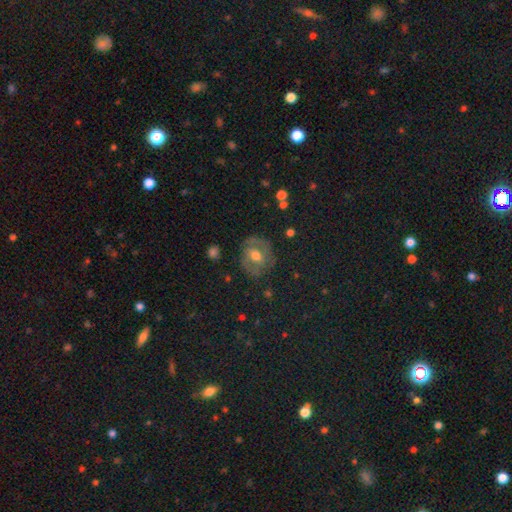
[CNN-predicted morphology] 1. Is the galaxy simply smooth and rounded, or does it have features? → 48% featured or disk, 39% smooth, 13% star or artifact.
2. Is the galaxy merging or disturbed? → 72% none, 18% minor disturbance, 9% major disturbance, 2% merger.